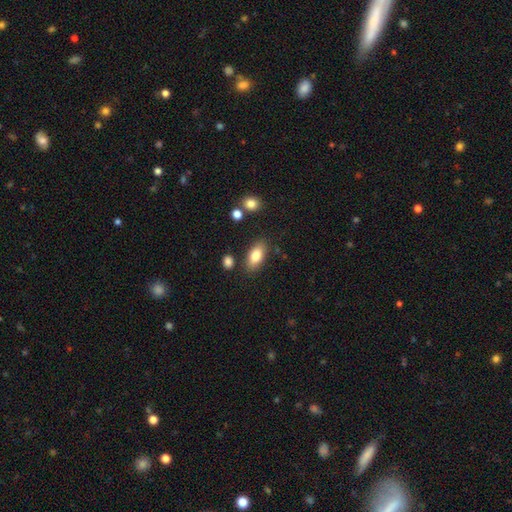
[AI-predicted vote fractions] This appears to be a smooth galaxy with no disk features (81%) that is in between round and cigar-shaped (89%). Merging: none (81%).